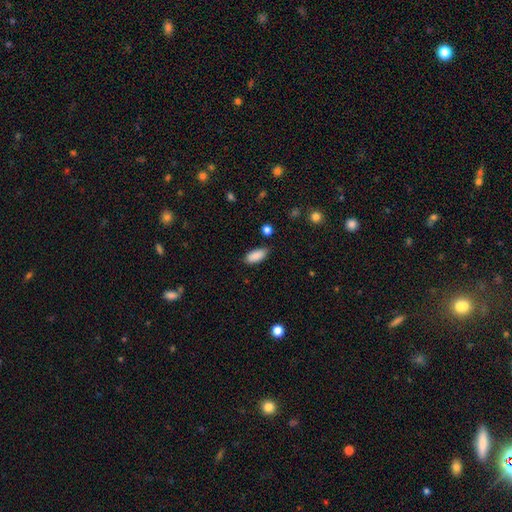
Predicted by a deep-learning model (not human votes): This appears to be a smooth galaxy with no disk features (89%) that is in between round and cigar-shaped (88%). Merging: none (78%).